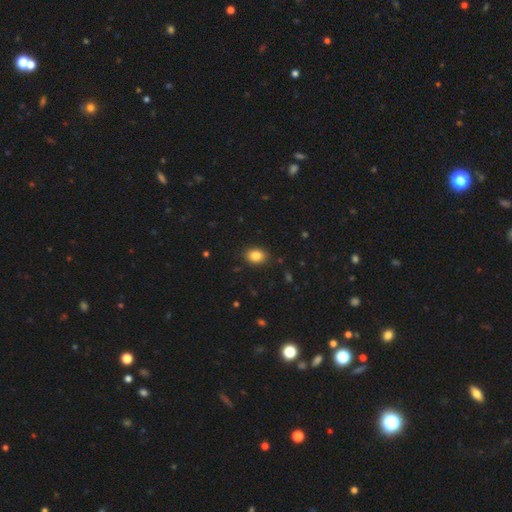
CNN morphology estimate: Smooth or featured: smooth — 85% (star or artifact — 9%)
How rounded: in between — 69% (round — 30%)
Merging: none — 87% (minor disturbance — 9%)